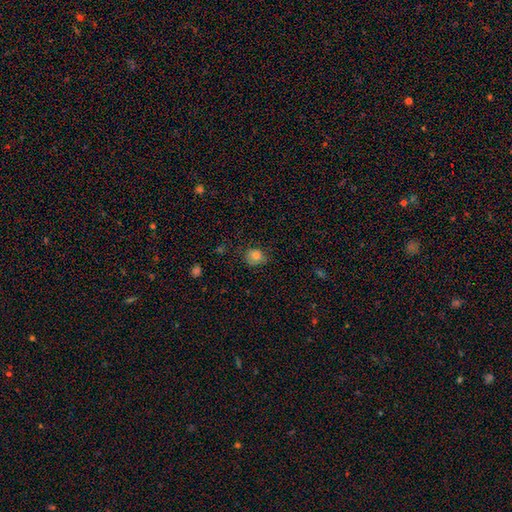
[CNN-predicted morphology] Overall: smooth (81%). How rounded: round (65%; in between 34%). Merging: none (68%).